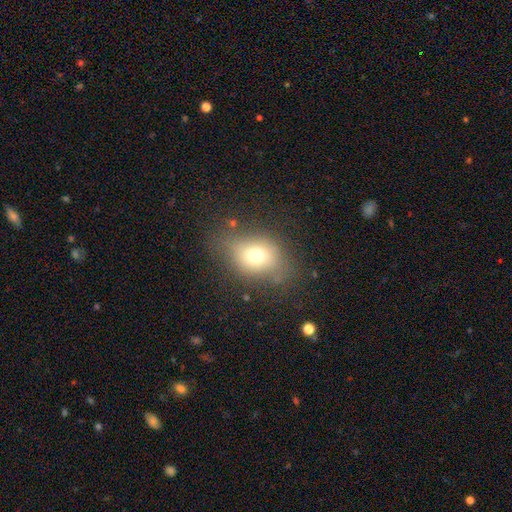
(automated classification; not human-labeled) smooth-or-featured: smooth: 69% | featured or disk: 17% | star or artifact: 14%
  how-rounded: in between: 58% | round: 41% | cigar-shaped: 1%
  merging: none: 65% | minor disturbance: 22% | major disturbance: 10% | merger: 3%